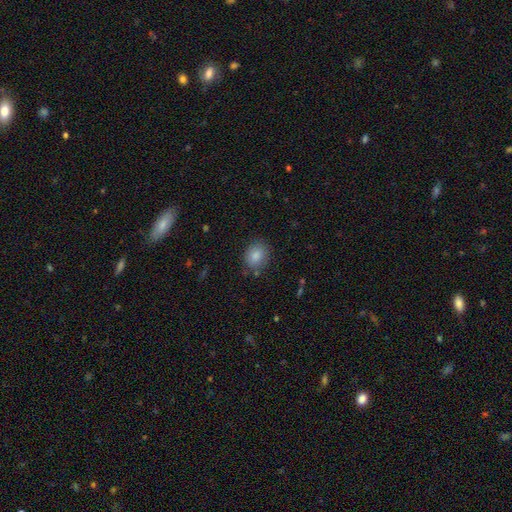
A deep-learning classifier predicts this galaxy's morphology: Smooth or featured? smooth (85%)
How rounded? round (53%)
Merging? none (81%)